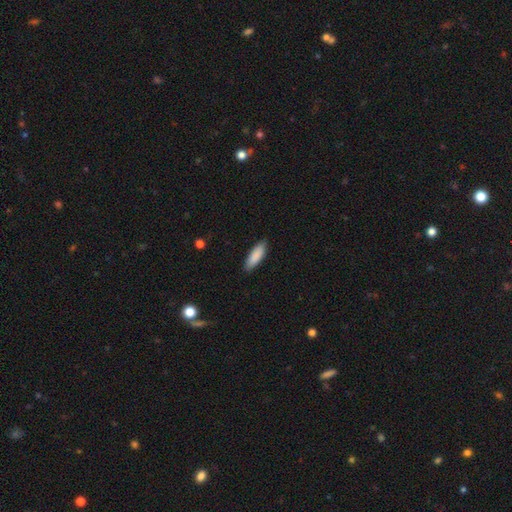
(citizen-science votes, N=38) Smooth or featured? smooth (76%)
How rounded? in between (52%)
Merging? none (82%)